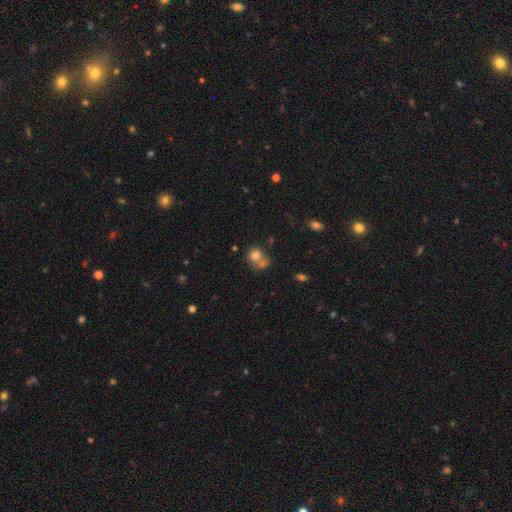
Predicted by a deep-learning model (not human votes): smooth 76%, featured or disk 13%, star or artifact 11%. Down the decision tree: how rounded — round (76%); merging — merger (50%).